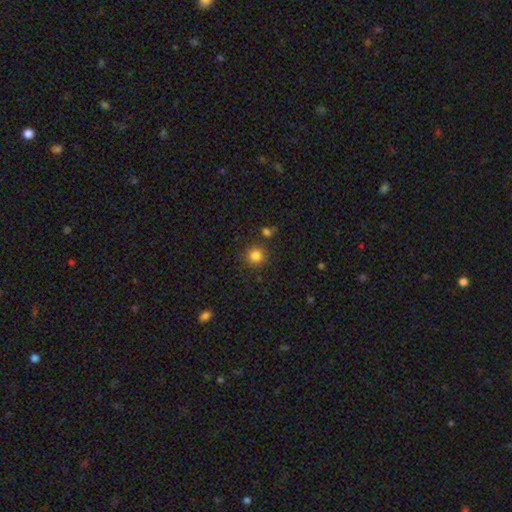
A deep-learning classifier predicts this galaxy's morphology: type=smooth (84%); roundness=round (93%); merging=none (85%).